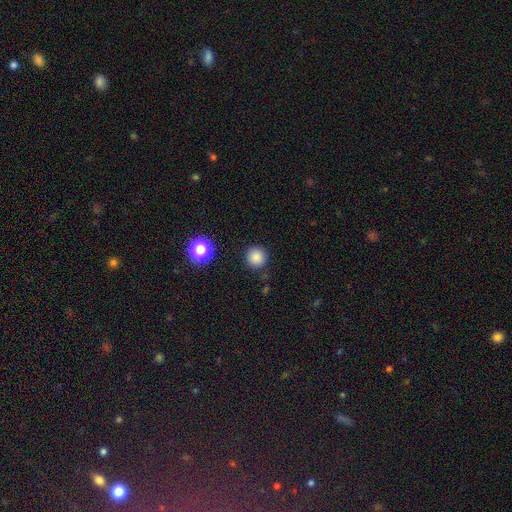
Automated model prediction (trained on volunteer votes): The model was most divided on "smooth or featured": smooth: 84%, star or artifact: 12%, featured or disk: 4%. More confident: how rounded — round (95%); merging — none (89%).